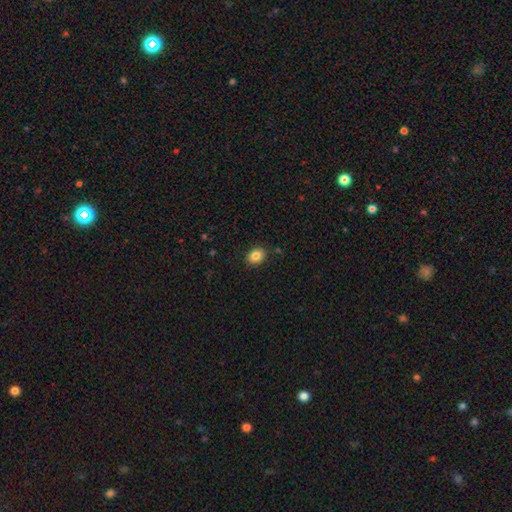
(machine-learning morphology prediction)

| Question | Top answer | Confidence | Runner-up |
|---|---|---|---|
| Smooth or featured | smooth | 83% | star or artifact (10%) |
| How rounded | in between | 53% | round (46%) |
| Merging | none | 87% | minor disturbance (9%) |